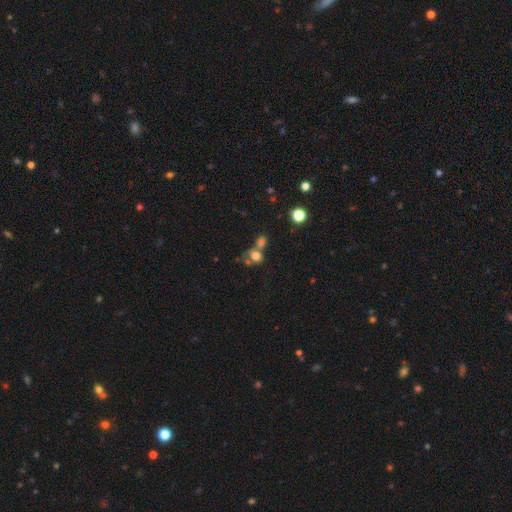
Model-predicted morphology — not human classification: smooth-or-featured: smooth: 70% | star or artifact: 16% | featured or disk: 14%
  how-rounded: round: 61% | in between: 38% | cigar-shaped: 2%
  merging: merger: 51% | none: 31% | minor disturbance: 10% | major disturbance: 7%